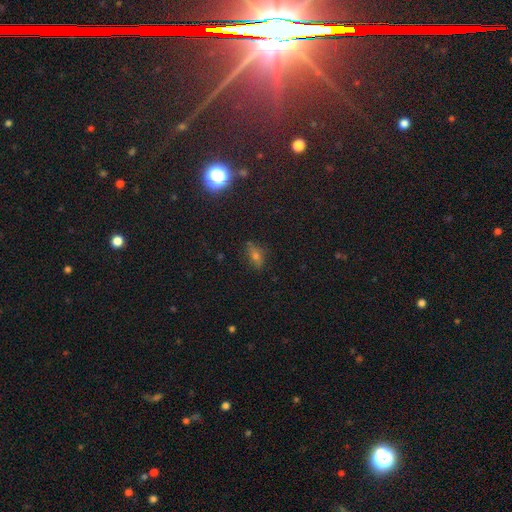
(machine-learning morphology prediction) Smooth or featured: smooth — 48% (star or artifact — 32%)
Merging: none — 79% (minor disturbance — 15%)